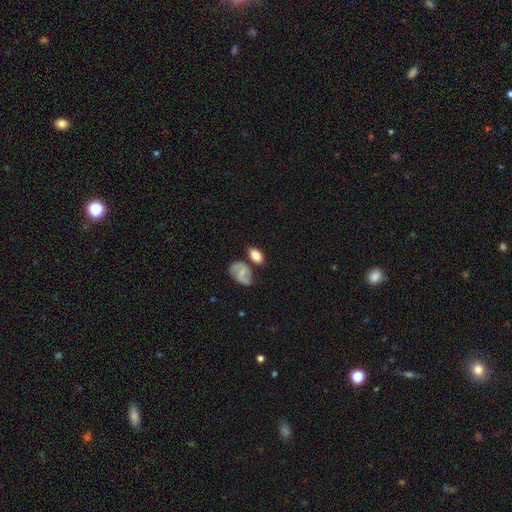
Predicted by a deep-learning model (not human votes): Smooth or featured?
  - smooth: 72% *
  - featured or disk: 20%
  - star or artifact: 8%
How rounded?
  - in between: 85% *
  - round: 13%
  - cigar-shaped: 3%
Merging?
  - none: 60% *
  - minor disturbance: 17%
  - merger: 17%
  - major disturbance: 6%